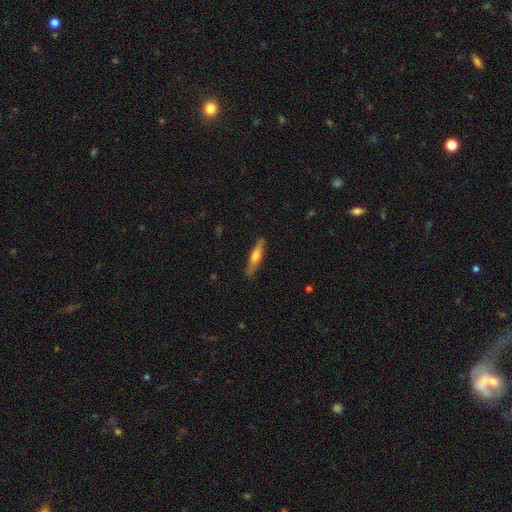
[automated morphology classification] This is possibly a smooth galaxy (50%). How rounded: clearly cigar-shaped (84%). Merging: clearly none (87%).